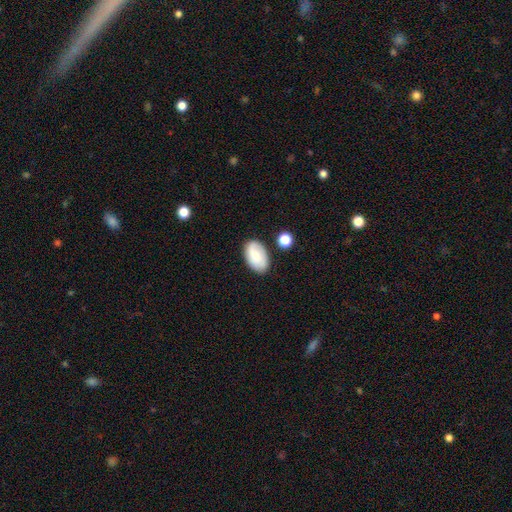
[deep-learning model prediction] Morphology: type=smooth (69%); roundness=in between (92%); merging=none (78%).